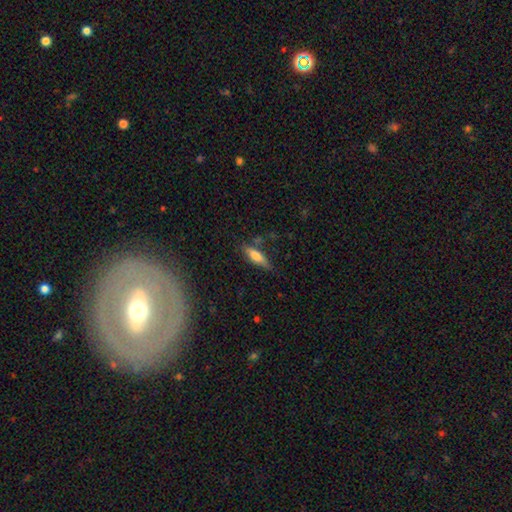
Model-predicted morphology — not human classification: smooth-or-featured: smooth: 62% | featured or disk: 31% | star or artifact: 7%
  how-rounded: cigar-shaped: 60% | in between: 38% | round: 2%
  merging: none: 73% | minor disturbance: 18% | merger: 5% | major disturbance: 4%